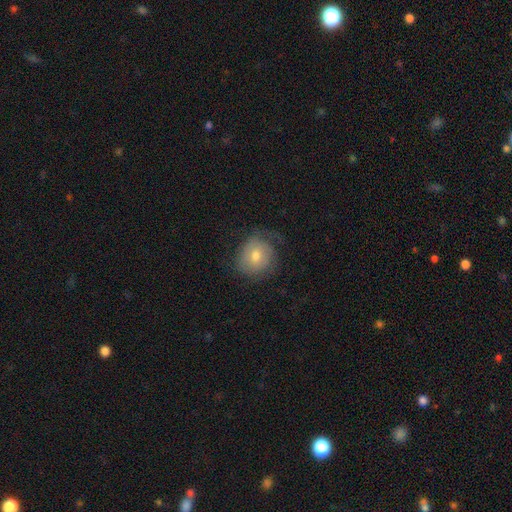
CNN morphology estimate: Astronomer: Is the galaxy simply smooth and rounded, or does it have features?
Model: smooth — 50% (runner-up: featured or disk, 41%).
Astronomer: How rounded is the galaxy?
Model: round — 79%.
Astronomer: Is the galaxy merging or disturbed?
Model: none — 60%.